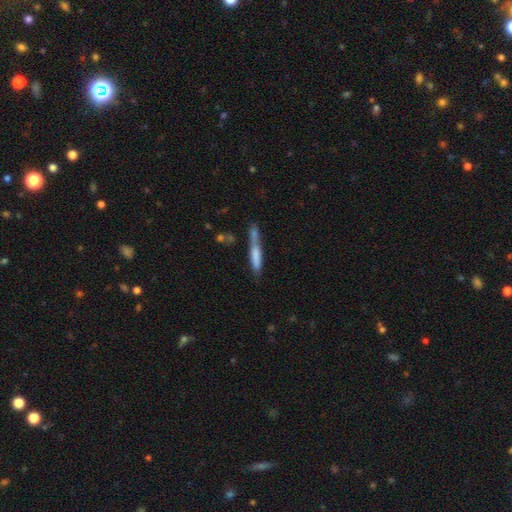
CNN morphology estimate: smooth-or-featured: smooth: 64% | featured or disk: 29% | star or artifact: 7%
  how-rounded: cigar-shaped: 89% | in between: 9% | round: 2%
  merging: none: 44% | merger: 26% | minor disturbance: 20% | major disturbance: 10%